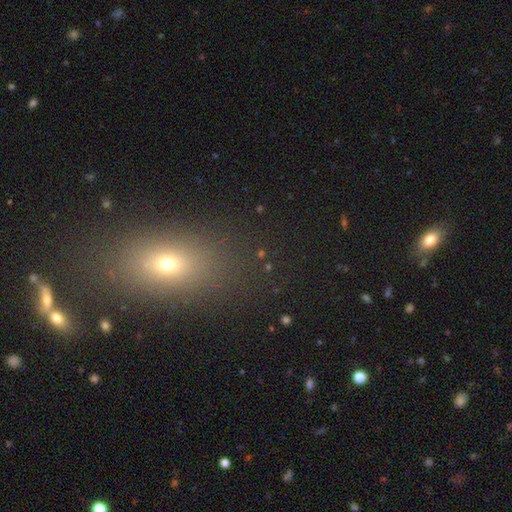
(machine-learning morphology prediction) Q: Smooth or featured?
A: smooth (55%); runner-up: star or artifact (30%)
Q: How rounded?
A: in between (65%); runner-up: round (28%)
Q: Merging?
A: none (82%); runner-up: minor disturbance (9%)